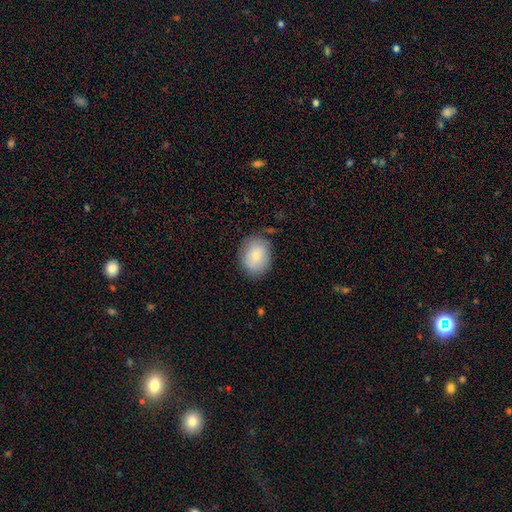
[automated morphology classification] Smooth or featured: smooth — 79% (featured or disk — 14%)
How rounded: in between — 51% (round — 48%)
Merging: none — 77% (minor disturbance — 16%)